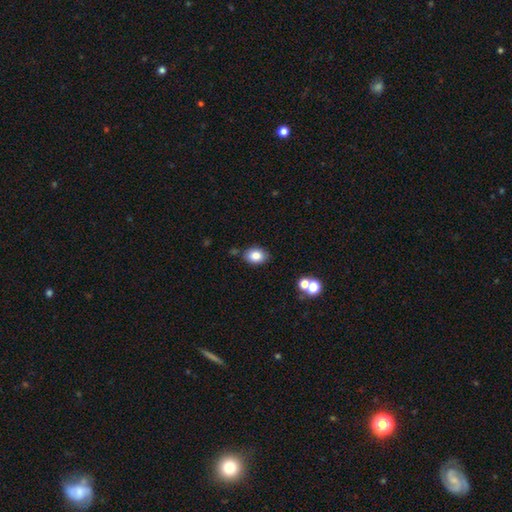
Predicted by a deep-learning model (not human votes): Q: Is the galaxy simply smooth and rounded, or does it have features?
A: smooth — 83%.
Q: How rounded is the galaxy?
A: in between — 76%.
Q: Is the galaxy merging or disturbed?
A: none — 80%.